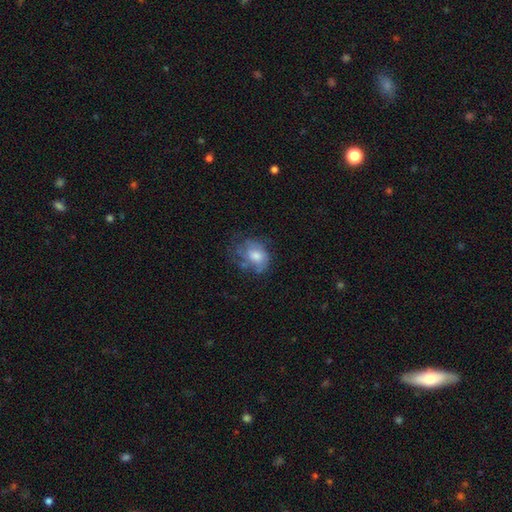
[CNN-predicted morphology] type=smooth (50%); roundness=in between (58%); merging=none (46%).